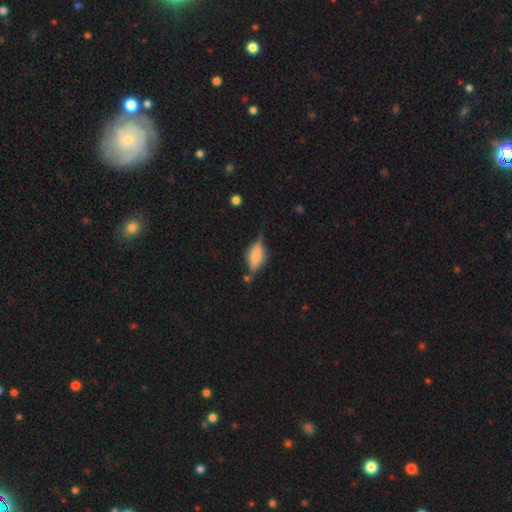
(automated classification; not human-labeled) This is possibly a featured or disk galaxy (54%). It is clearly viewed edge-on (92%). Merging: likely none (63%).